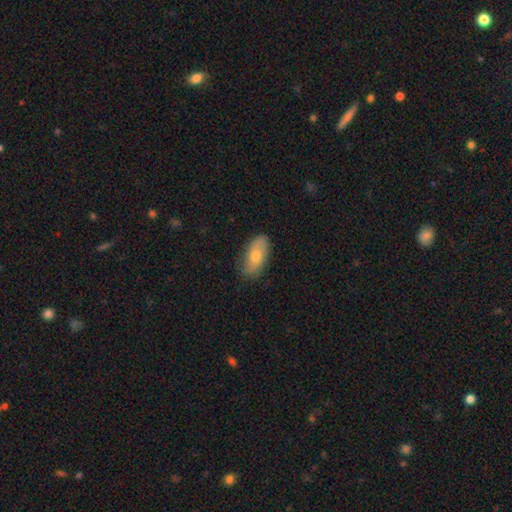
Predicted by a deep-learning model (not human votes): Q: Smooth or featured?
A: smooth (63%); runner-up: featured or disk (31%)
Q: How rounded?
A: in between (88%); runner-up: cigar-shaped (8%)
Q: Merging?
A: none (81%); runner-up: minor disturbance (15%)